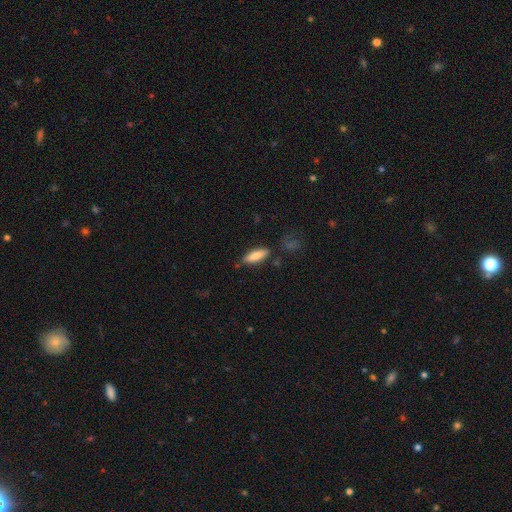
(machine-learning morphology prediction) smooth-or-featured: smooth: 83% | featured or disk: 11% | star or artifact: 6%
  how-rounded: in between: 56% | cigar-shaped: 42% | round: 2%
  merging: none: 79% | minor disturbance: 14% | merger: 3% | major disturbance: 3%